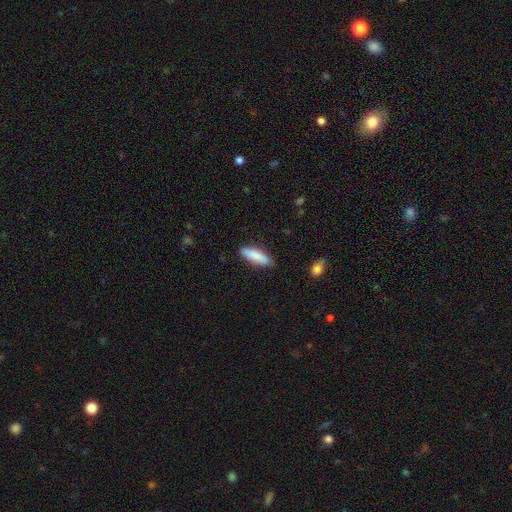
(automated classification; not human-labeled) This appears to be a smooth galaxy with no disk features (86%) that is cigar-shaped (59%). Merging: none (86%).